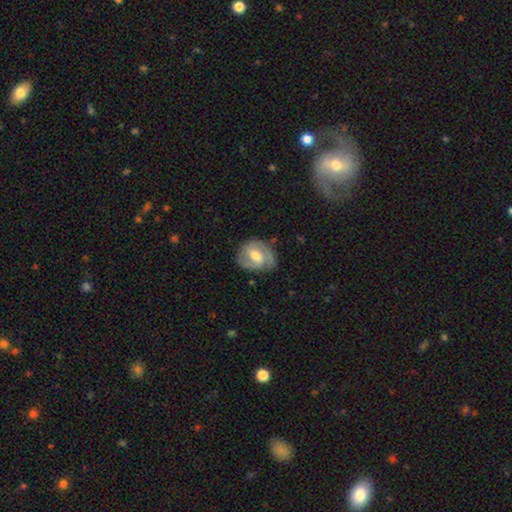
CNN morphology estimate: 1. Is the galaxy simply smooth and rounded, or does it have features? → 72% featured or disk, 23% smooth, 6% star or artifact.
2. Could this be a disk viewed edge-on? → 97% no, 3% yes.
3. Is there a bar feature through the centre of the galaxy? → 54% weak, 27% no, 19% strong.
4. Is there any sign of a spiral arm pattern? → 89% yes, 11% no.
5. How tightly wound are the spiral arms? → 45% medium, 40% tight, 15% loose.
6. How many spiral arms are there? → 76% 2, 11% can't tell, 6% 1, 4% 3, 1% 4, 1% more than 4.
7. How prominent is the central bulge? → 67% moderate, 19% small, 11% large, 2% none, 1% dominant.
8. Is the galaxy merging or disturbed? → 72% none, 20% minor disturbance, 7% major disturbance, 1% merger.